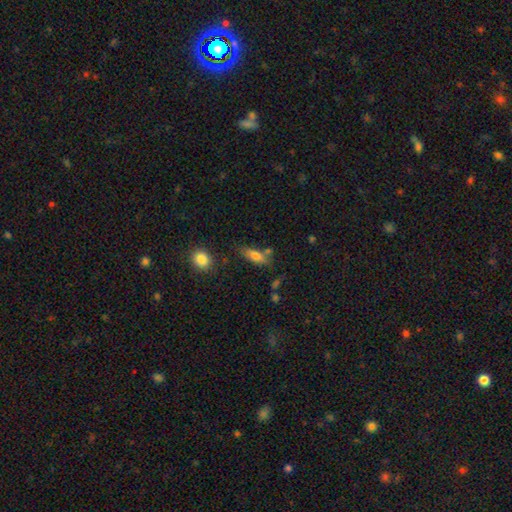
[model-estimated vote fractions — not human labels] smooth-or-featured: smooth: 75% | featured or disk: 16% | star or artifact: 8%
  how-rounded: in between: 69% | cigar-shaped: 27% | round: 3%
  merging: none: 62% | minor disturbance: 19% | merger: 13% | major disturbance: 6%